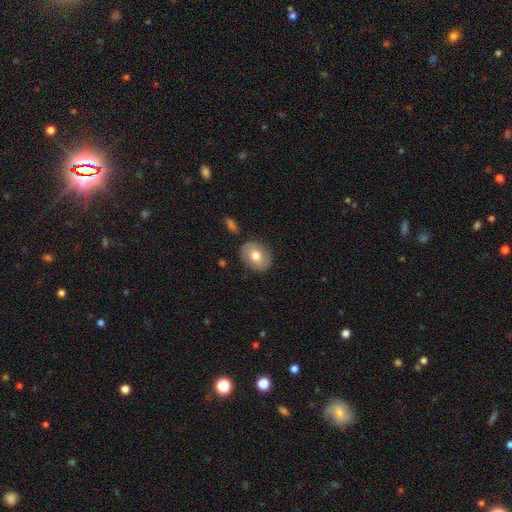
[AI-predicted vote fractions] smooth-or-featured: smooth: 68% | featured or disk: 25% | star or artifact: 7%
  how-rounded: in between: 53% | round: 46% | cigar-shaped: 1%
  merging: none: 83% | minor disturbance: 12% | major disturbance: 3% | merger: 2%